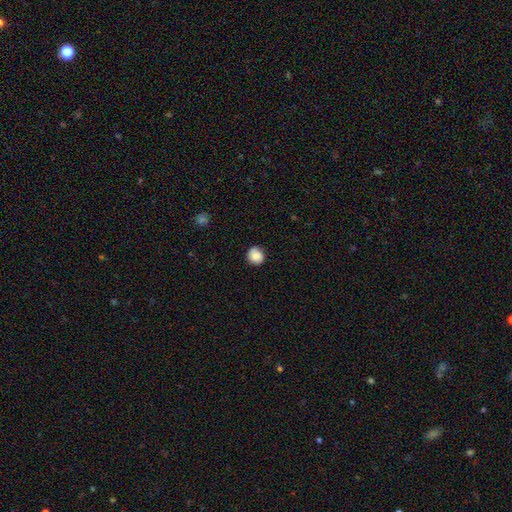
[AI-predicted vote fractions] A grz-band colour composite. It shows a smooth galaxy with no disk features (83%) that is round (83%). Merging: none (80%).